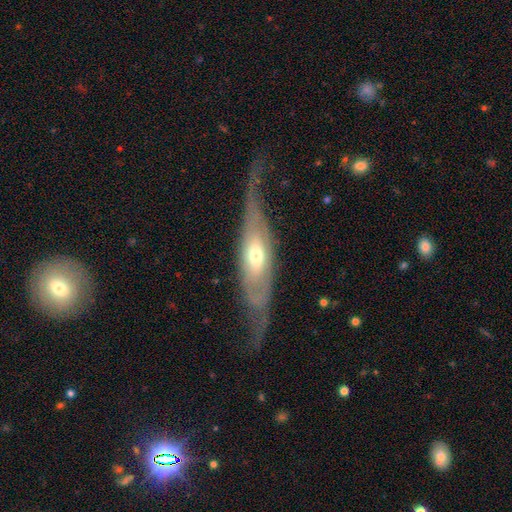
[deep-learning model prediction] A featured or disk galaxy (70%).

Vote fractions:
- Smooth or featured? featured or disk: 70% / smooth: 24% / star or artifact: 6%
- Edge-on disk? no: 53% / yes: 47%
- Merging? none: 51% / major disturbance: 25% / minor disturbance: 21% / merger: 3%